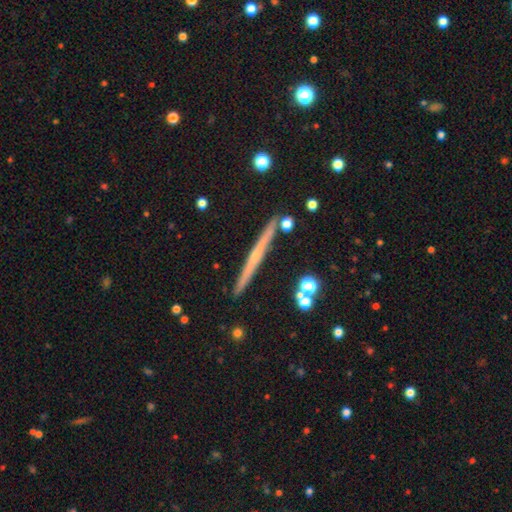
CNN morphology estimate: Smooth or featured?
  - featured or disk: 67% *
  - smooth: 25%
  - star or artifact: 8%
Edge-on disk?
  - yes: 98% *
  - no: 2%
Edge-on bulge?
  - none: 54% *
  - rounded: 41%
  - boxy: 4%
Merging?
  - none: 90% *
  - minor disturbance: 7%
  - merger: 2%
  - major disturbance: 1%